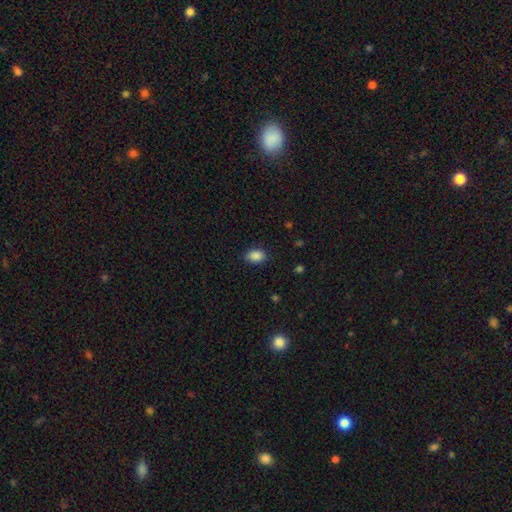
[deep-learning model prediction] Q: Smooth or featured?
A: smooth (88%); runner-up: star or artifact (9%)
Q: How rounded?
A: in between (78%); runner-up: round (20%)
Q: Merging?
A: none (87%); runner-up: minor disturbance (10%)